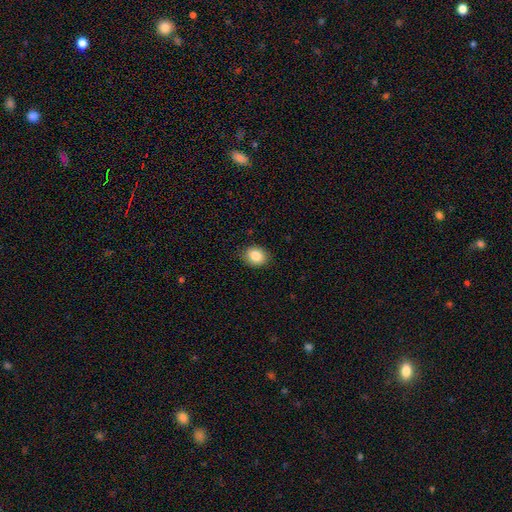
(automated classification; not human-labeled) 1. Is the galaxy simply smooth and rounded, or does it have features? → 85% smooth, 9% star or artifact, 6% featured or disk.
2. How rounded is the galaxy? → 54% round, 45% in between, 1% cigar-shaped.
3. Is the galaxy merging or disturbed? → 87% none, 10% minor disturbance, 2% major disturbance, 1% merger.